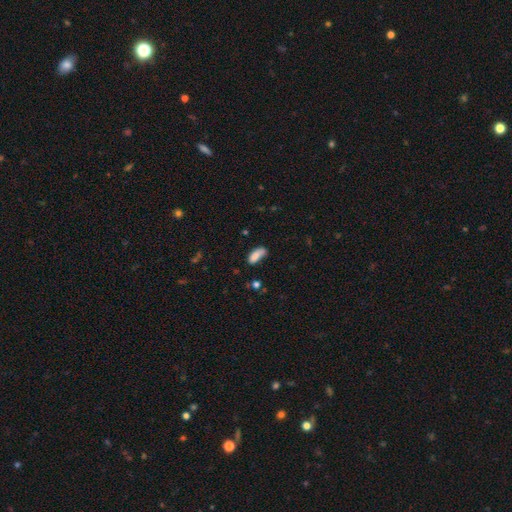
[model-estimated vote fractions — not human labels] smooth 82%, star or artifact 9%, featured or disk 9%. Down the decision tree: how rounded — in between (79%); merging — none (50%).